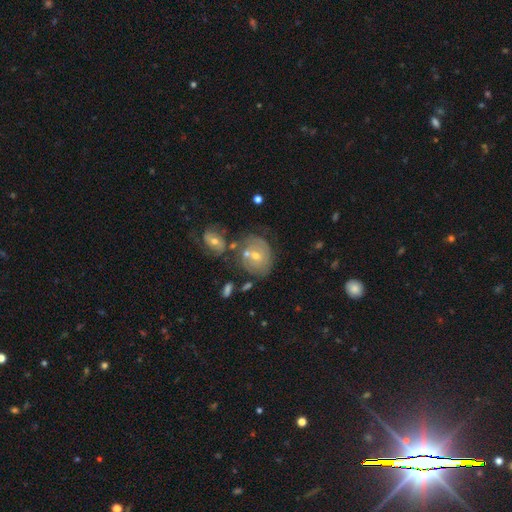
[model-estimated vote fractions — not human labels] Smooth or featured? featured or disk (60%)
Edge-on disk? no (96%)
Bar? no (66%)
Spiral arms? yes (69%)
Bulge size? moderate (50%)
Merging? none (45%)